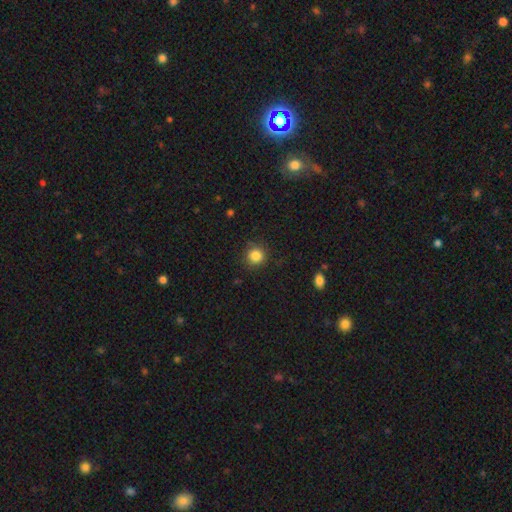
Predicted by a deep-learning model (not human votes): Morphology: type=smooth (85%); roundness=round (93%); merging=none (86%).